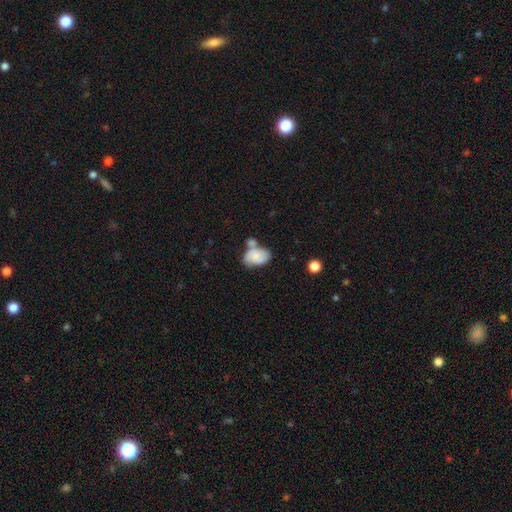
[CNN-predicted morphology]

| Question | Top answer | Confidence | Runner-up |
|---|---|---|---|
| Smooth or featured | smooth | 69% | featured or disk (24%) |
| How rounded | in between | 87% | round (12%) |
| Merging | none | 36% | merger (34%) |